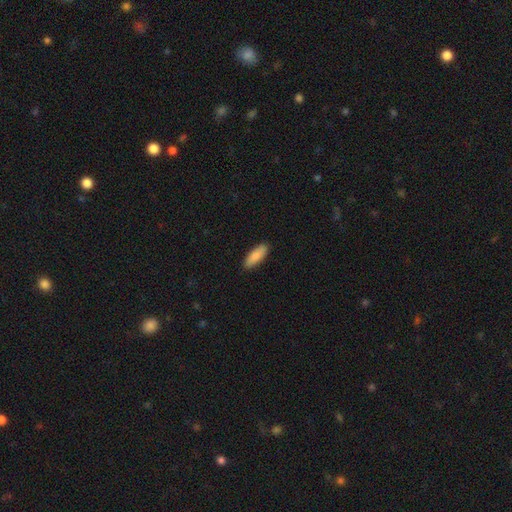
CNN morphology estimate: smooth_or_featured: smooth (p=0.88) [alt: featured or disk p=0.07]
how_rounded: in between (p=0.63) [alt: cigar-shaped p=0.36]
merging: none (p=0.89) [alt: minor disturbance p=0.09]